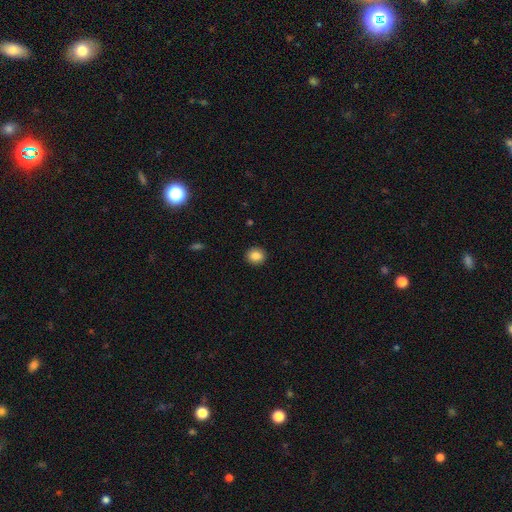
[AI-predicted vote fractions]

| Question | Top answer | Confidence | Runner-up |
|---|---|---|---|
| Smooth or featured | smooth | 86% | star or artifact (9%) |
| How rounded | round | 77% | in between (22%) |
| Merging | none | 92% | minor disturbance (6%) |